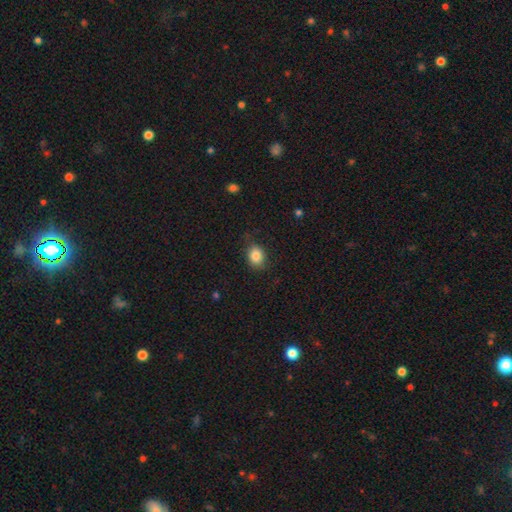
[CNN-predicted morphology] smooth 84%, star or artifact 9%, featured or disk 6%. Down the decision tree: how rounded — in between (55%); merging — none (77%).